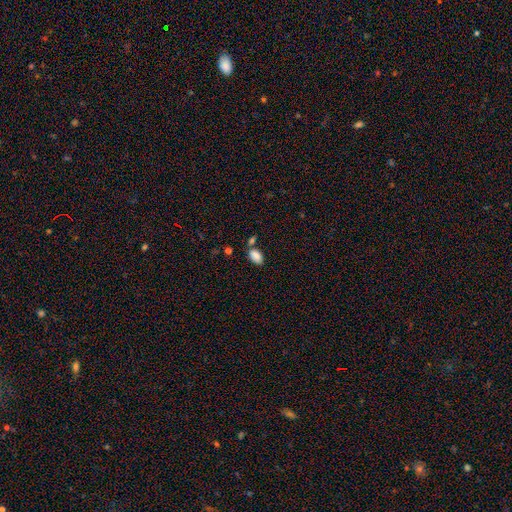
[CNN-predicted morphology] Q: Smooth or featured?
A: smooth (86%); runner-up: star or artifact (8%)
Q: How rounded?
A: in between (92%); runner-up: round (6%)
Q: Merging?
A: none (62%); runner-up: merger (19%)